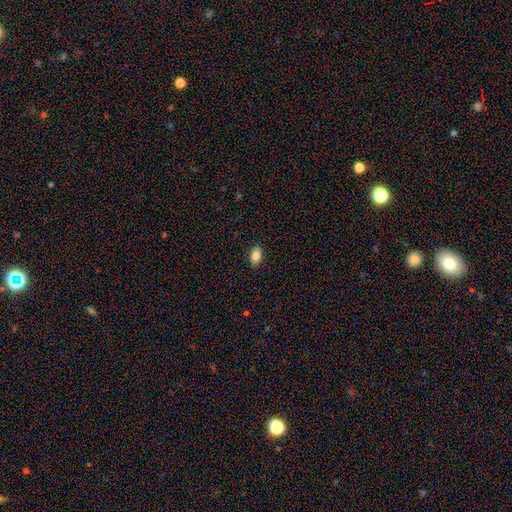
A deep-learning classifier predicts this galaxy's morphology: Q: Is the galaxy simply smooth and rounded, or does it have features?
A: smooth — 84%.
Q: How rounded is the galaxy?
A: in between — 90%.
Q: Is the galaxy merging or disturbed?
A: none — 89%.